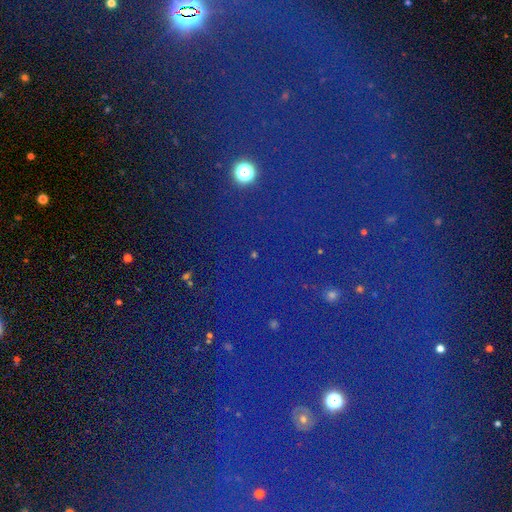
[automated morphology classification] Smooth or featured?
  - star or artifact: 78% *
  - smooth: 13%
  - featured or disk: 9%